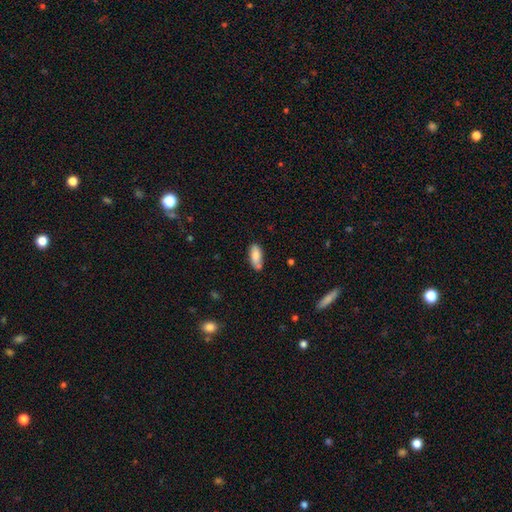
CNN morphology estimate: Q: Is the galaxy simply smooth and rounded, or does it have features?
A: smooth — 77%.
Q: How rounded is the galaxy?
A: in between — 82%.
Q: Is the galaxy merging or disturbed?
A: none — 67%.